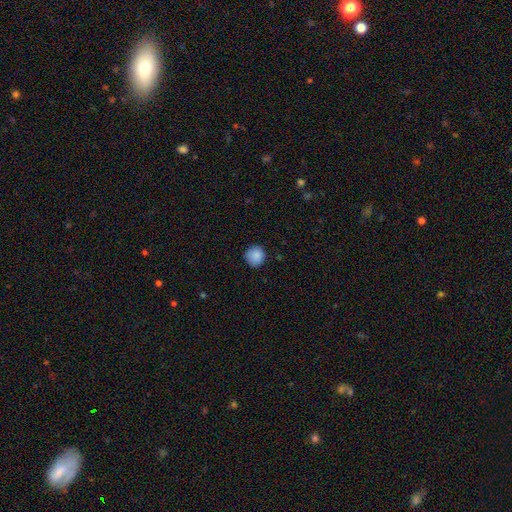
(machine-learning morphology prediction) Smooth or featured?
  - smooth: 88% *
  - star or artifact: 9%
  - featured or disk: 3%
How rounded?
  - round: 92% *
  - in between: 7%
  - cigar-shaped: 1%
Merging?
  - none: 85% *
  - minor disturbance: 12%
  - major disturbance: 2%
  - merger: 1%